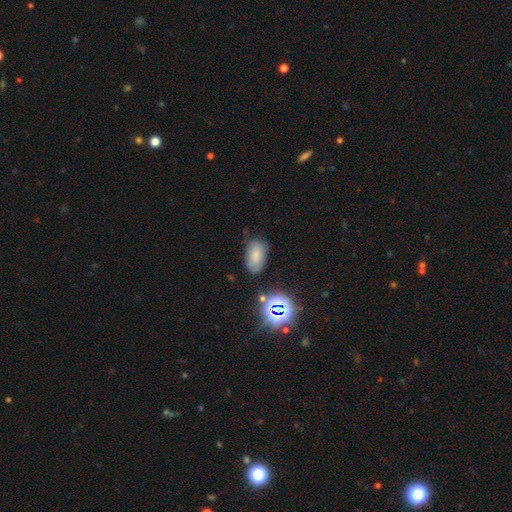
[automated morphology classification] smooth-or-featured: smooth: 67% | featured or disk: 17% | star or artifact: 16%
  how-rounded: in between: 91% | round: 8% | cigar-shaped: 2%
  merging: none: 67% | minor disturbance: 23% | major disturbance: 6% | merger: 4%